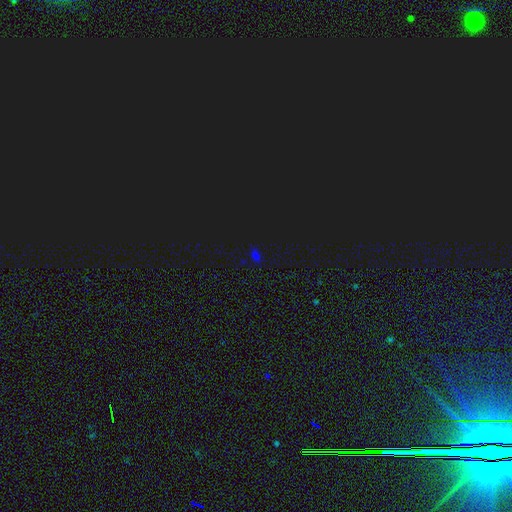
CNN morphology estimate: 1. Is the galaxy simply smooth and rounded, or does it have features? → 55% star or artifact, 39% smooth, 6% featured or disk.